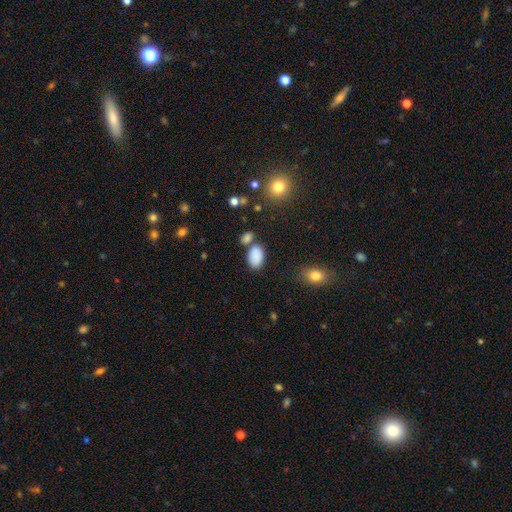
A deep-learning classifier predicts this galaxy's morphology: This appears to be a smooth galaxy with no disk features (86%) that is in between round and cigar-shaped (91%). Merging: none (66%).